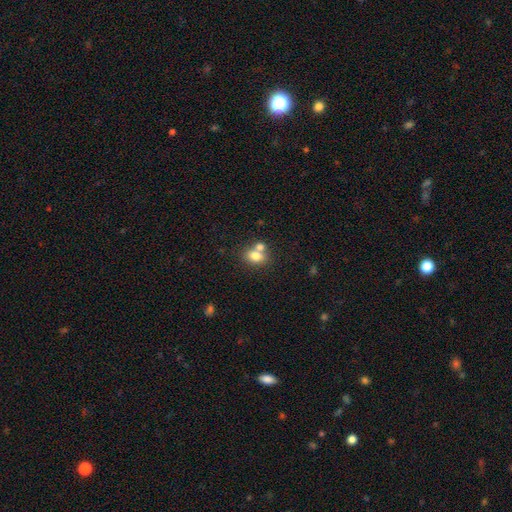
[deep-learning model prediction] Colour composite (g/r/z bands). It shows a smooth galaxy with no disk features (78%) that is in between round and cigar-shaped (61%). Merging: none (45%).